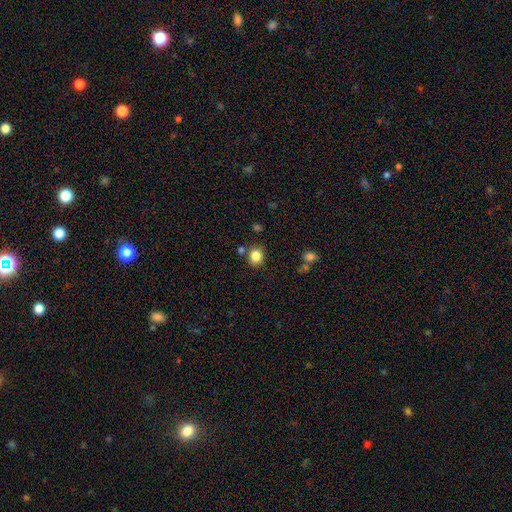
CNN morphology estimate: Smooth or featured? smooth (84%)
How rounded? round (78%)
Merging? none (79%)